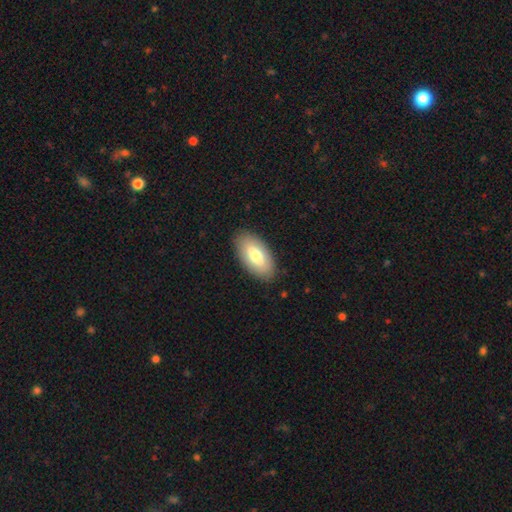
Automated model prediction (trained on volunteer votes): Smooth or featured?
  - smooth: 70% *
  - featured or disk: 24%
  - star or artifact: 6%
How rounded?
  - in between: 94% *
  - cigar-shaped: 3%
  - round: 3%
Merging?
  - none: 87% *
  - minor disturbance: 10%
  - major disturbance: 3%
  - merger: 1%